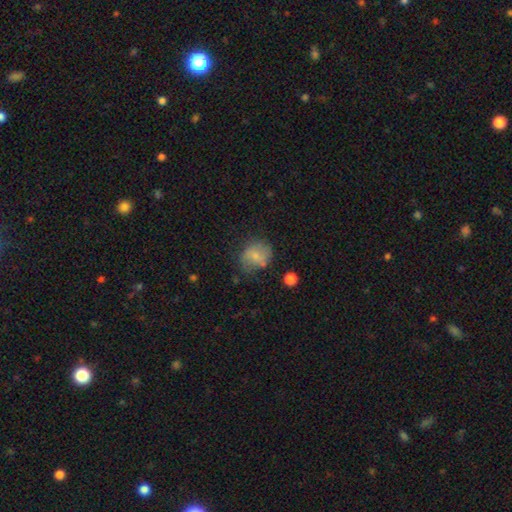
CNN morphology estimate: smooth 65%, featured or disk 25%, star or artifact 10%. Down the decision tree: how rounded — round (69%); merging — none (57%).